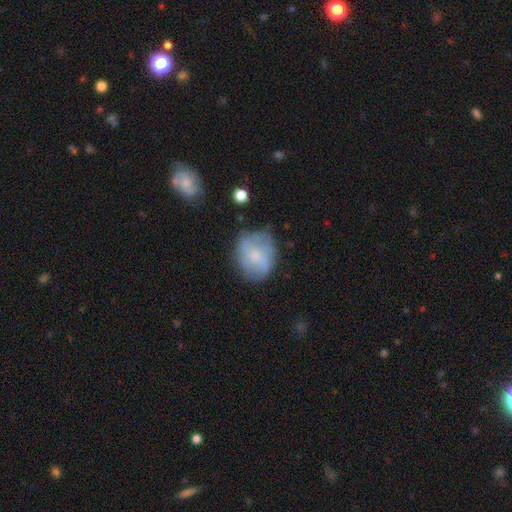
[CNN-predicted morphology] This is possibly a smooth galaxy (57%). How rounded: likely round (66%). Merging: likely none (65%).